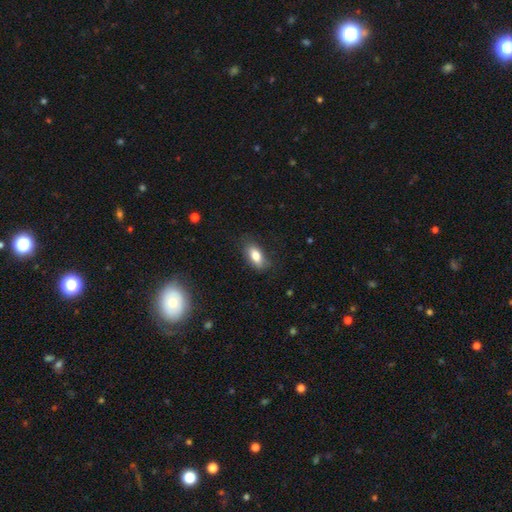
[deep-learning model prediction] This appears to be a smooth galaxy with no disk features (80%) that is in between round and cigar-shaped (87%). Merging: none (80%).